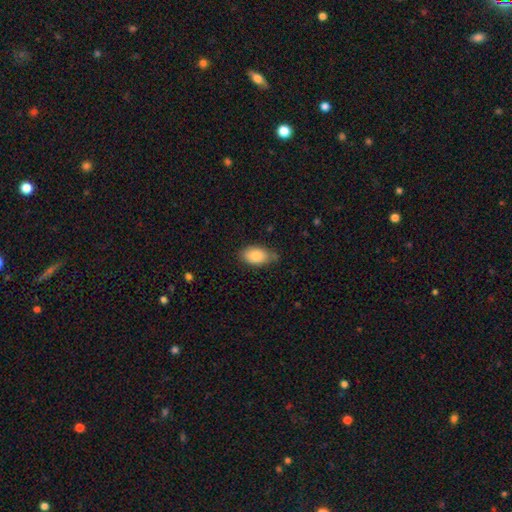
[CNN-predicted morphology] Q: Smooth or featured?
A: smooth (85%); runner-up: featured or disk (8%)
Q: How rounded?
A: in between (92%); runner-up: round (6%)
Q: Merging?
A: none (68%); runner-up: minor disturbance (25%)